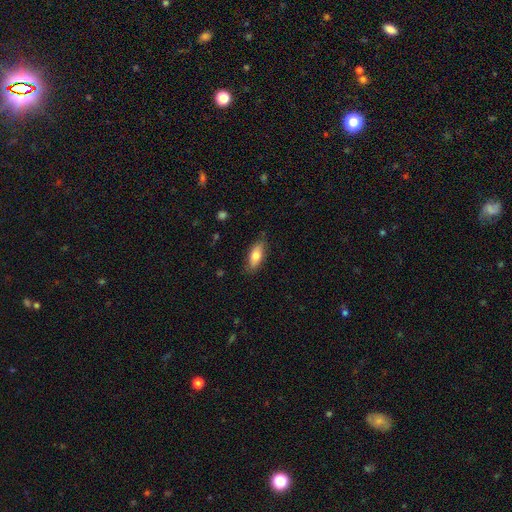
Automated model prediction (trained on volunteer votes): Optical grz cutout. It shows a smooth galaxy with no disk features (73%) that is in between round and cigar-shaped (76%). Merging: none (80%).